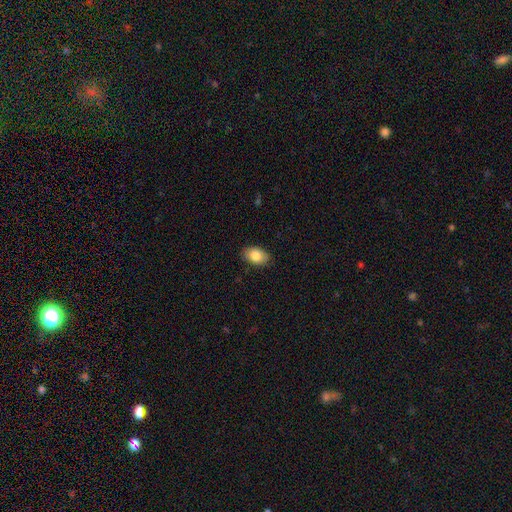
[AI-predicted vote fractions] Smooth or featured? smooth (84%)
How rounded? in between (87%)
Merging? none (87%)